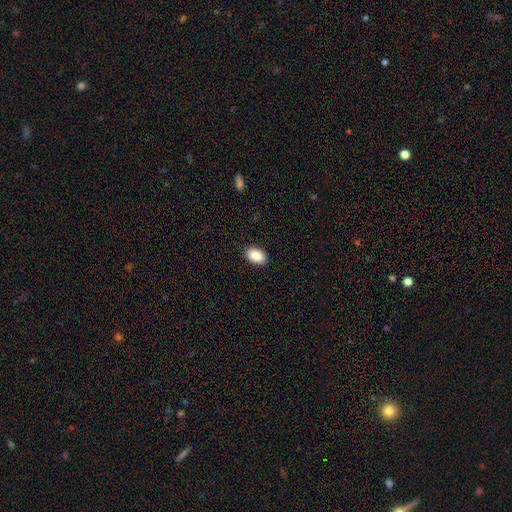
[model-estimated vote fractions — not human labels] smooth 90%, star or artifact 7%, featured or disk 3%. Down the decision tree: how rounded — in between (87%); merging — none (89%).